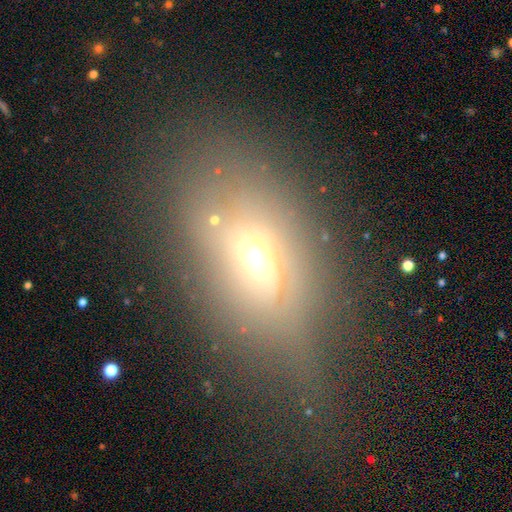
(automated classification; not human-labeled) Q: Smooth or featured?
A: smooth (46%); runner-up: featured or disk (36%)
Q: Merging?
A: none (40%); runner-up: major disturbance (28%)